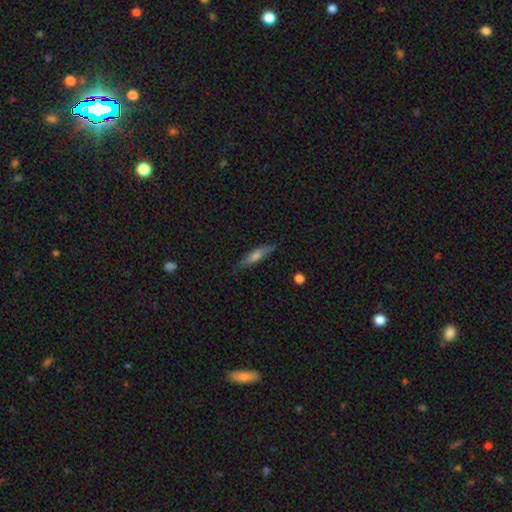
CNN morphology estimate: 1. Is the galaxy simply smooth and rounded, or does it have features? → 56% smooth, 36% featured or disk, 7% star or artifact.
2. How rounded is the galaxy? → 80% cigar-shaped, 18% in between, 2% round.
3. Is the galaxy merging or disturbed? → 80% none, 15% minor disturbance, 3% major disturbance, 2% merger.